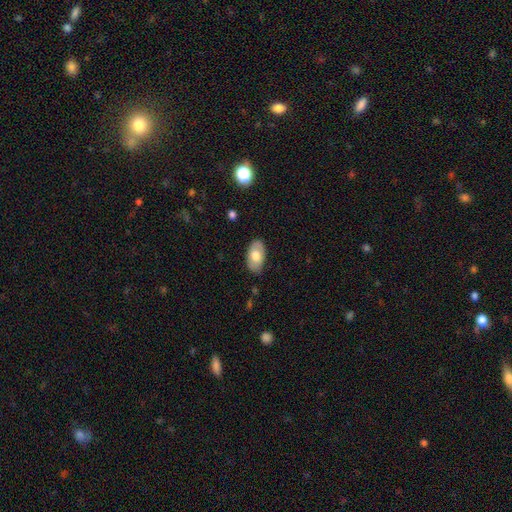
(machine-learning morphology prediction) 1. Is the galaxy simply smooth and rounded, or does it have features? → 66% smooth, 28% featured or disk, 6% star or artifact.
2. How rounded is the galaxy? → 94% in between, 4% round, 1% cigar-shaped.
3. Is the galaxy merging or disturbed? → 82% none, 15% minor disturbance, 3% major disturbance, 1% merger.